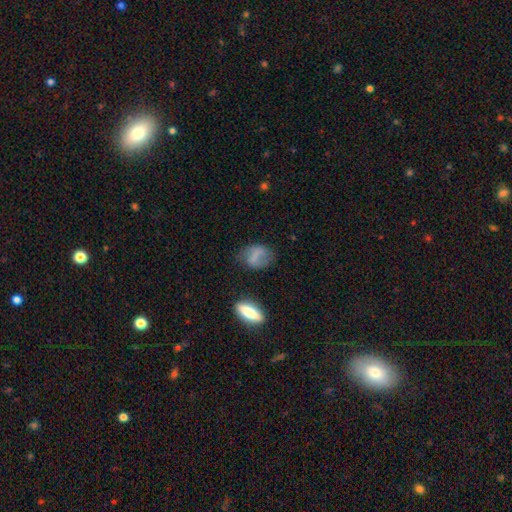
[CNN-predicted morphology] type=smooth (65%); roundness=in between (66%); merging=none (60%).